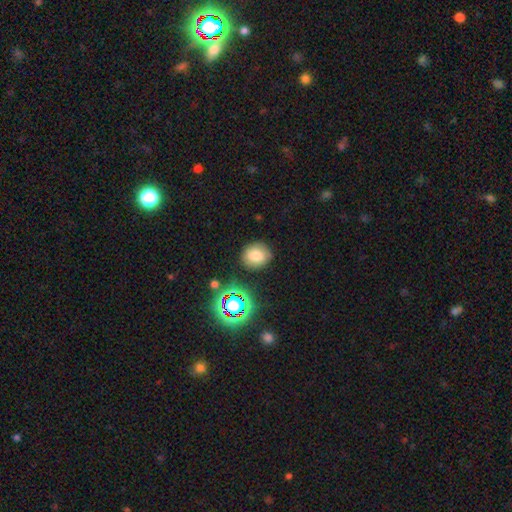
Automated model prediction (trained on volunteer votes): Morphology: type=smooth (77%); roundness=round (72%); merging=none (83%).